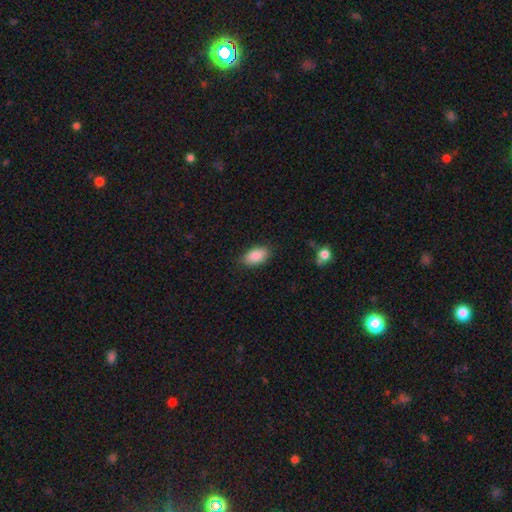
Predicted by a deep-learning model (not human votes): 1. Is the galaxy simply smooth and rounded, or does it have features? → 88% smooth, 7% star or artifact, 5% featured or disk.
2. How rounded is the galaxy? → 93% in between, 5% round, 2% cigar-shaped.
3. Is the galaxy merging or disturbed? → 86% none, 11% minor disturbance, 3% major disturbance, 1% merger.